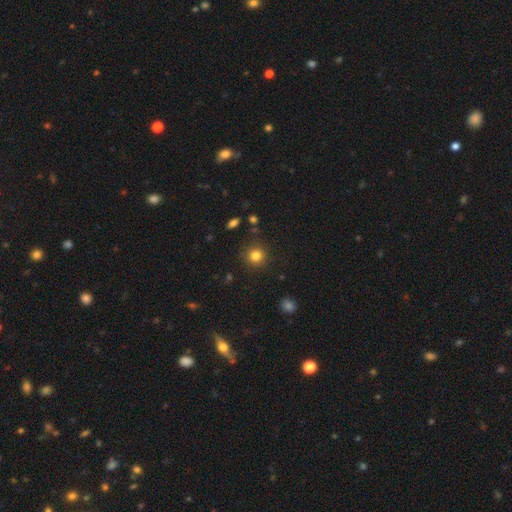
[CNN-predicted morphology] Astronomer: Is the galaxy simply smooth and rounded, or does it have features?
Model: smooth — 82%.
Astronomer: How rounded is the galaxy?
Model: round — 92%.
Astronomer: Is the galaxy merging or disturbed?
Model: none — 87%.